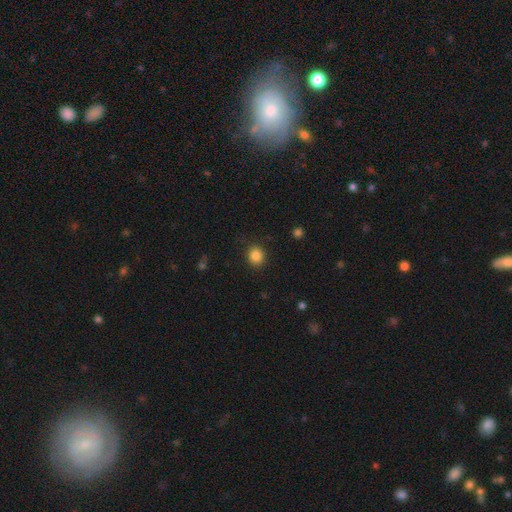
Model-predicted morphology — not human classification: smooth_or_featured: smooth (p=0.86) [alt: star or artifact p=0.11]
how_rounded: round (p=0.81) [alt: in between p=0.19]
merging: none (p=0.89) [alt: minor disturbance p=0.08]